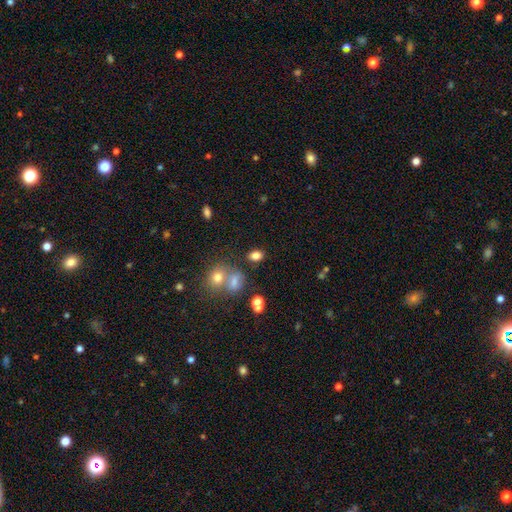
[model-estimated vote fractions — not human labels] Morphology: type=smooth (80%); roundness=in between (76%); merging=none (73%).